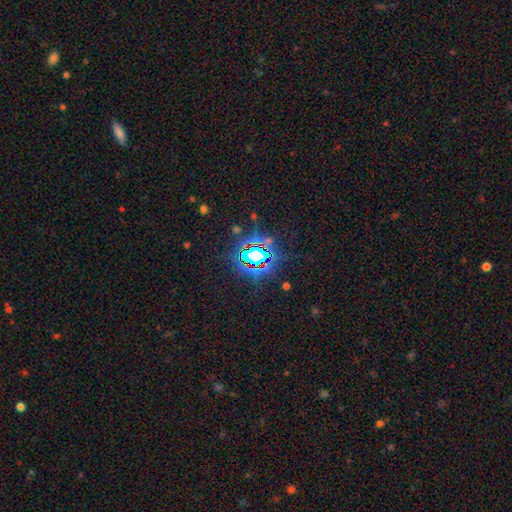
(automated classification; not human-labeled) Smooth or featured: star or artifact — 73% (smooth — 15%)